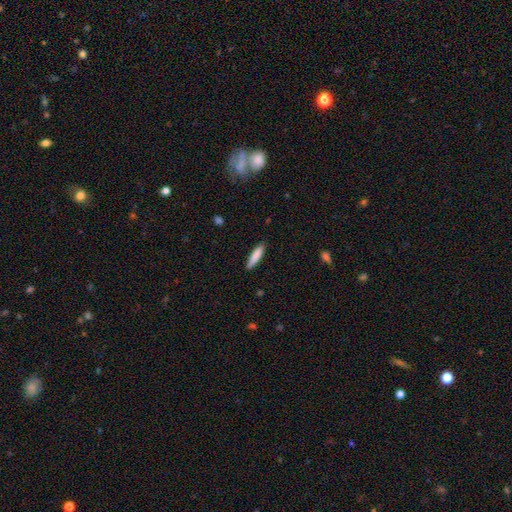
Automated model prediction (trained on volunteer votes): A smooth galaxy with no disk features (85%) that is cigar-shaped (76%).

Vote fractions:
- Smooth or featured? smooth: 85% / featured or disk: 9% / star or artifact: 6%
- How rounded? cigar-shaped: 76% / in between: 23% / round: 1%
- Merging? none: 86% / minor disturbance: 10% / major disturbance: 2% / merger: 1%